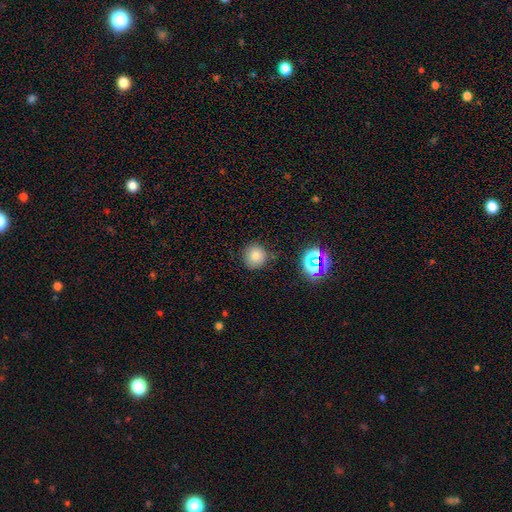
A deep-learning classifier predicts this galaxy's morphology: Smooth or featured?
  - smooth: 77% *
  - star or artifact: 16%
  - featured or disk: 7%
How rounded?
  - round: 92% *
  - in between: 7%
  - cigar-shaped: 1%
Merging?
  - none: 84% *
  - minor disturbance: 11%
  - major disturbance: 3%
  - merger: 3%